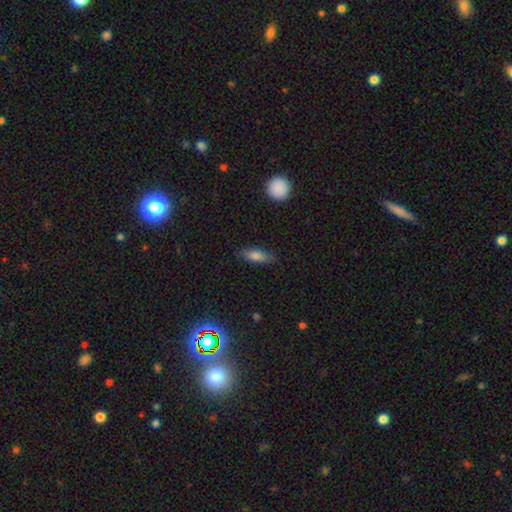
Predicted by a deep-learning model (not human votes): Morphology: type=smooth (74%); roundness=in between (55%); merging=none (83%).